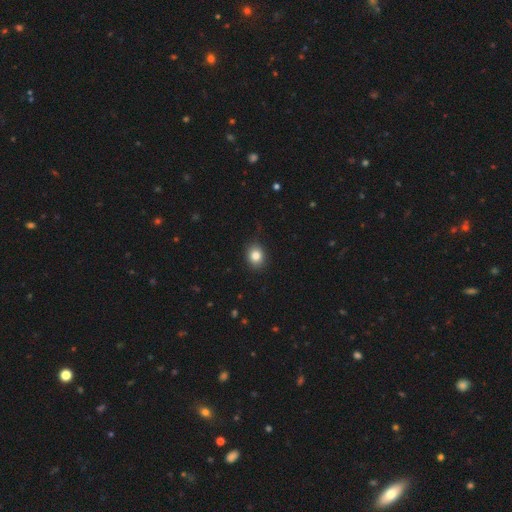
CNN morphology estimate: Smooth or featured: smooth — 83% (star or artifact — 10%)
How rounded: round — 61% (in between — 38%)
Merging: none — 87% (minor disturbance — 10%)